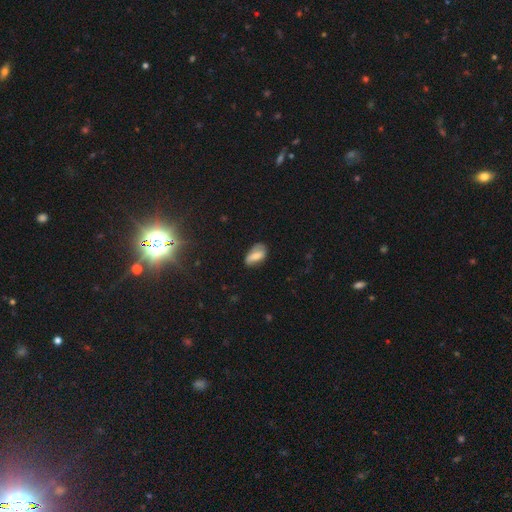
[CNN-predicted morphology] smooth-or-featured: smooth: 60% | featured or disk: 31% | star or artifact: 9%
  how-rounded: in between: 89% | cigar-shaped: 6% | round: 5%
  merging: none: 57% | minor disturbance: 30% | major disturbance: 10% | merger: 2%